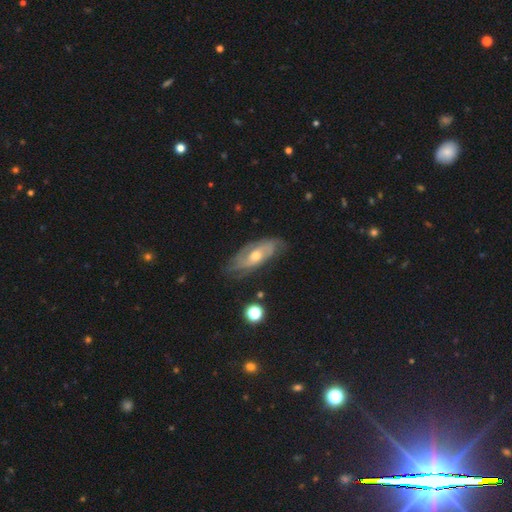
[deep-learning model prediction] Smooth or featured: featured or disk — 76% (smooth — 17%)
Edge-on disk: no — 85% (yes — 15%)
Bar: no — 64% (weak — 30%)
Spiral arms: yes — 88% (no — 12%)
Spiral winding: tight — 49% (medium — 37%)
Spiral arm count: 2 — 49% (can't tell — 34%)
Bulge size: moderate — 63% (small — 31%)
Merging: none — 74% (minor disturbance — 19%)